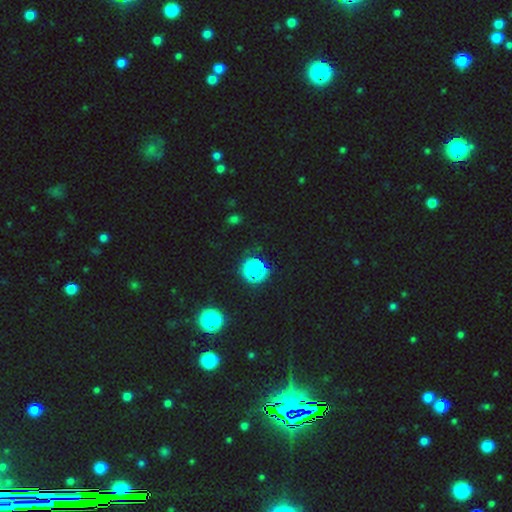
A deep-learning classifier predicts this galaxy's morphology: Smooth or featured? Predicted: star or artifact (p=0.64).